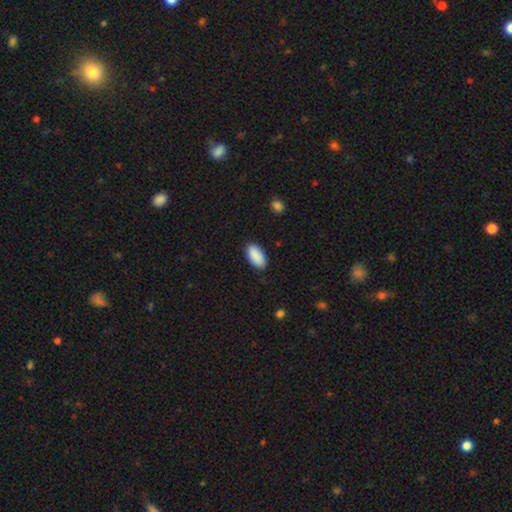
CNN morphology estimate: This is clearly a smooth galaxy (91%). How rounded: clearly in between (95%). Merging: clearly none (88%).